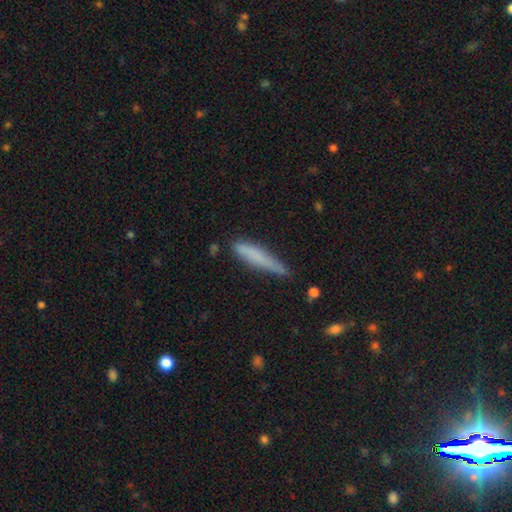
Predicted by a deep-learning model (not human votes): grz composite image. It shows a smooth galaxy with no disk features (72%) that is cigar-shaped (90%). Merging: none (59%).